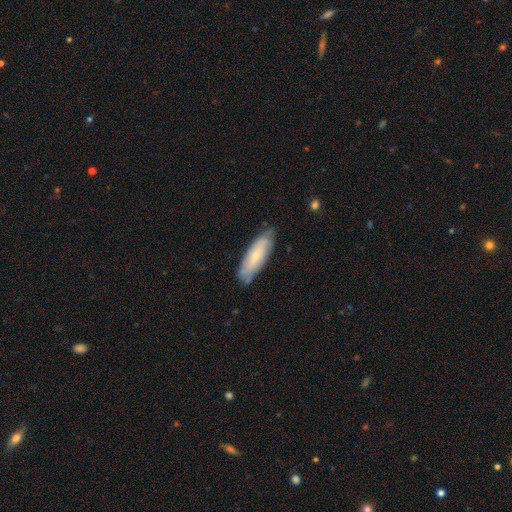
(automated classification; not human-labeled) Overall: smooth (58%; featured or disk 36%). How rounded: in between (50%; cigar-shaped 48%). Merging: none (77%).